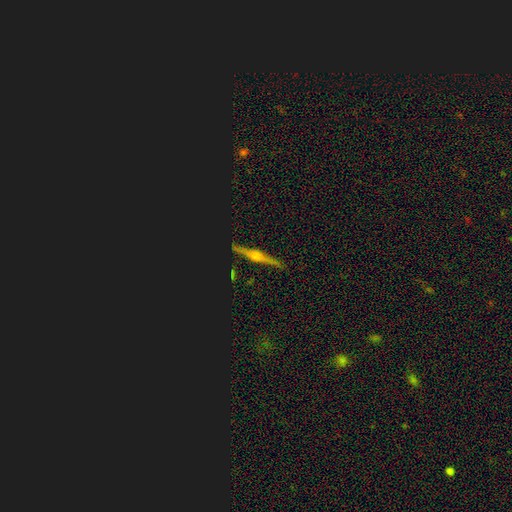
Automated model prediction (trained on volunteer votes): smooth_or_featured: featured or disk (p=0.65) [alt: star or artifact p=0.18]
disk_edge_on: yes (p=0.95) [alt: no p=0.05]
edge_on_bulge: rounded (p=0.75) [alt: boxy p=0.15]
merging: none (p=0.89) [alt: minor disturbance p=0.07]